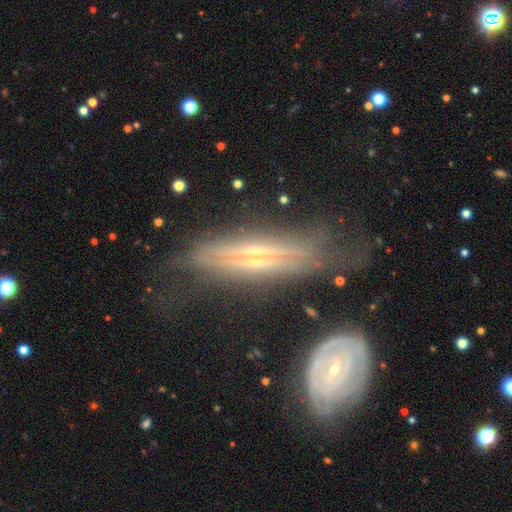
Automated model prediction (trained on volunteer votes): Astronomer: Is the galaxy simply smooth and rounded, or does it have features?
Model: featured or disk — 77%.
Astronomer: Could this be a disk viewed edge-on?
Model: yes — 83%.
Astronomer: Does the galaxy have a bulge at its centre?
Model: rounded — 56% (runner-up: none, 31%).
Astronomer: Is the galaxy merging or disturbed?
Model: none — 58%.